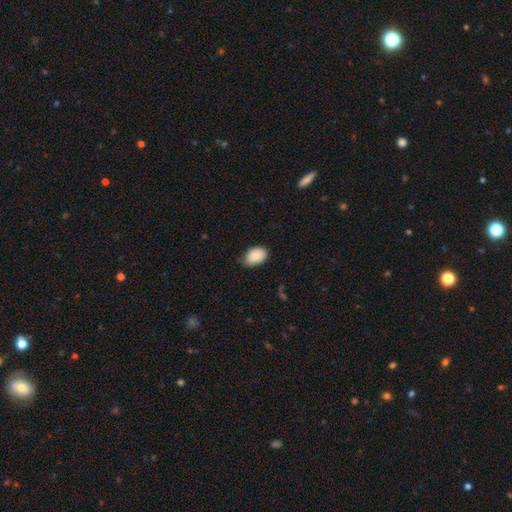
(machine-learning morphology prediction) smooth 88%, star or artifact 7%, featured or disk 5%. Down the decision tree: how rounded — in between (85%); merging — none (65%).